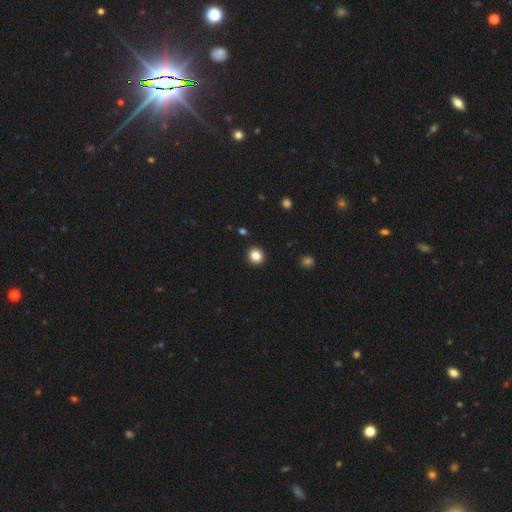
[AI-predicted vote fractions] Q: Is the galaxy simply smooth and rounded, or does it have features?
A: smooth — 84%.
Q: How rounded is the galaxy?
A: round — 84%.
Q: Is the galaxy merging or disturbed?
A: none — 93%.